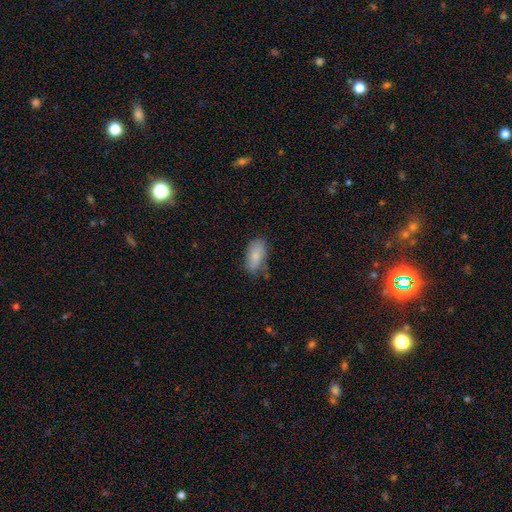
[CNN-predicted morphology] This appears to be a smooth galaxy with no disk features (81%) that is in between round and cigar-shaped (92%). Merging: none (66%).